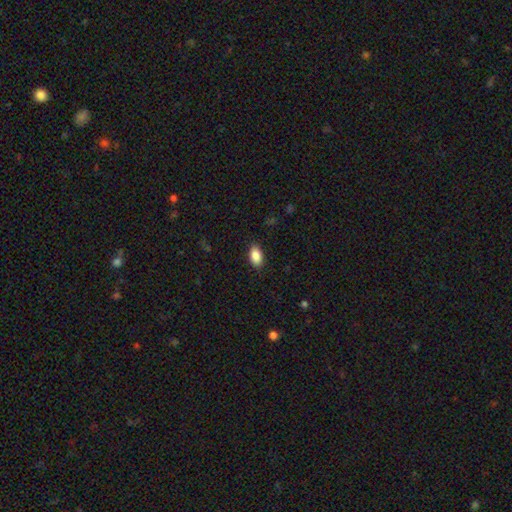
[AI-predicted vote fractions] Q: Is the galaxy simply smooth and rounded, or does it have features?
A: smooth — 89%.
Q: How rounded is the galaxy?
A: in between — 92%.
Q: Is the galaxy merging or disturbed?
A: none — 88%.